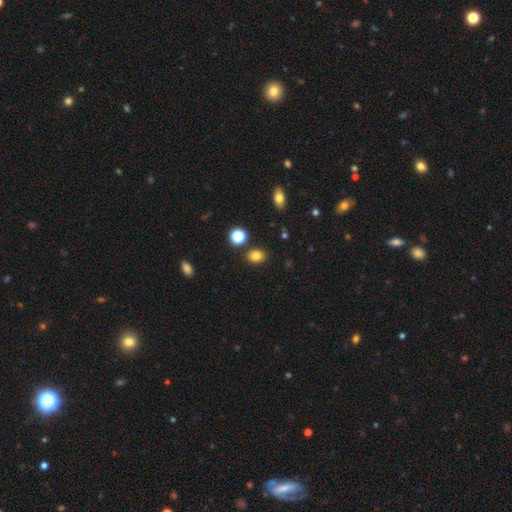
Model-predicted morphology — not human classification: smooth_or_featured: smooth (p=0.81) [alt: star or artifact p=0.13]
how_rounded: in between (p=0.61) [alt: round p=0.38]
merging: none (p=0.84) [alt: minor disturbance p=0.09]